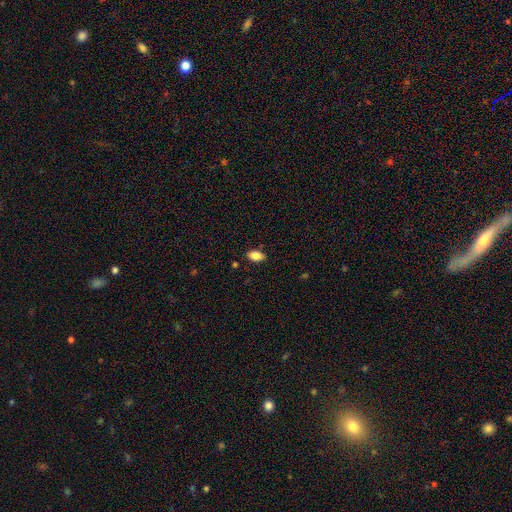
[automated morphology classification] smooth 84%, featured or disk 8%, star or artifact 8%. Down the decision tree: how rounded — in between (91%); merging — none (85%).